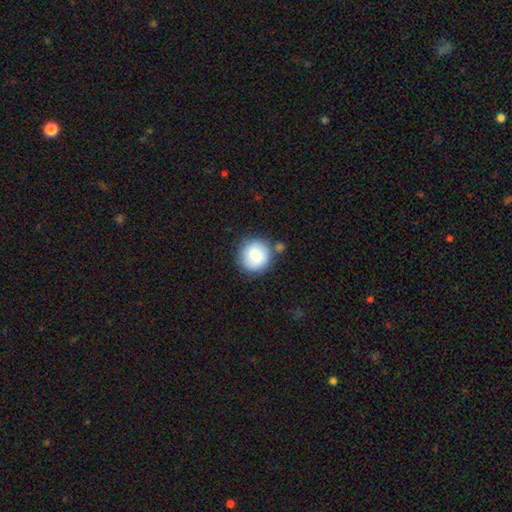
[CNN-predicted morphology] Overall: smooth (81%). How rounded: round (93%). Merging: none (77%).